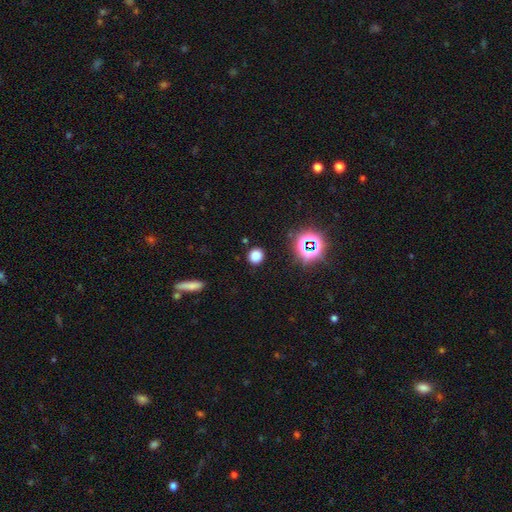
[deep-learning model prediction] A smooth galaxy with no disk features (75%) that is round (83%).

Vote fractions:
- Smooth or featured? smooth: 75% / star or artifact: 20% / featured or disk: 5%
- How rounded? round: 83% / in between: 15% / cigar-shaped: 1%
- Merging? none: 88% / minor disturbance: 8% / major disturbance: 3% / merger: 2%